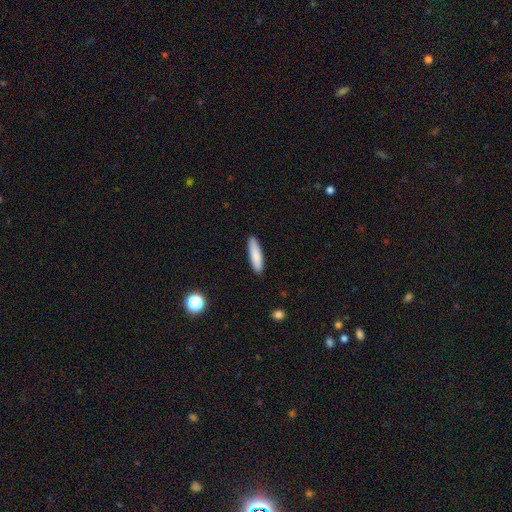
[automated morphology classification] This appears to be a smooth galaxy with no disk features (84%) that is cigar-shaped (74%). Merging: none (90%).